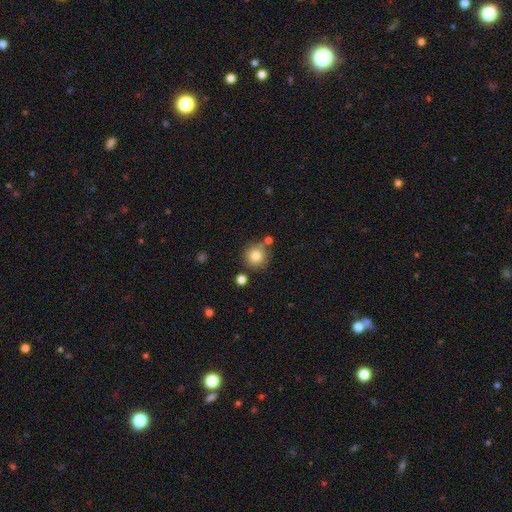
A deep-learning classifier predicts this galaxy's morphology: smooth-or-featured: smooth: 83% | star or artifact: 10% | featured or disk: 7%
  how-rounded: round: 94% | in between: 5% | cigar-shaped: 1%
  merging: none: 77% | minor disturbance: 10% | merger: 10% | major disturbance: 3%